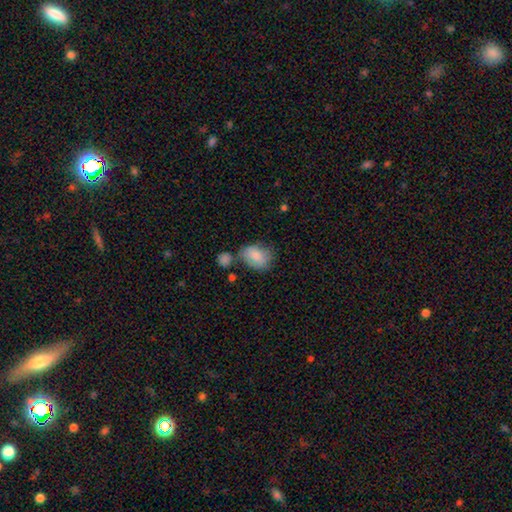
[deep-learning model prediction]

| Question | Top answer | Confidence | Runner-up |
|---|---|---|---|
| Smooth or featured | smooth | 81% | featured or disk (12%) |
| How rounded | in between | 71% | round (28%) |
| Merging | none | 49% | minor disturbance (26%) |